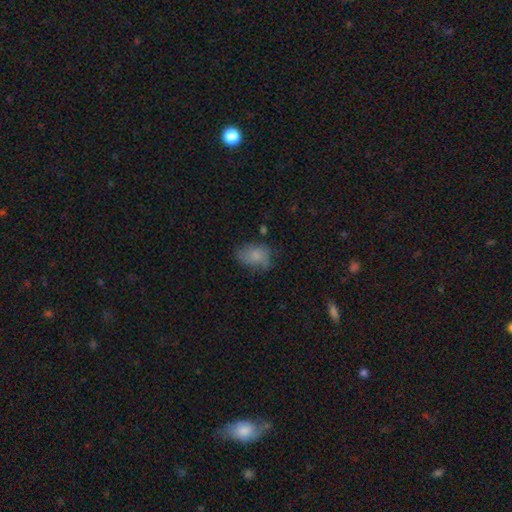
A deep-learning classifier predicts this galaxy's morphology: Smooth or featured?
  - smooth: 75% *
  - featured or disk: 16%
  - star or artifact: 10%
How rounded?
  - in between: 77% *
  - round: 22%
  - cigar-shaped: 1%
Merging?
  - none: 53% *
  - minor disturbance: 31%
  - major disturbance: 13%
  - merger: 3%